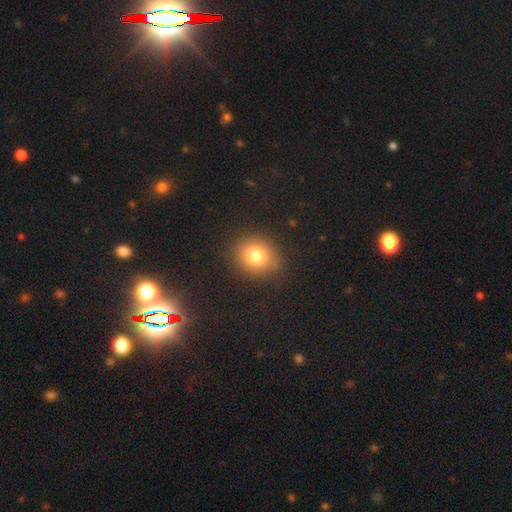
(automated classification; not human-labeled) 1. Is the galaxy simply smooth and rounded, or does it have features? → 78% smooth, 13% star or artifact, 9% featured or disk.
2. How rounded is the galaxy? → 73% round, 26% in between, 1% cigar-shaped.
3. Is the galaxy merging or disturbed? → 86% none, 9% minor disturbance, 3% major disturbance, 1% merger.